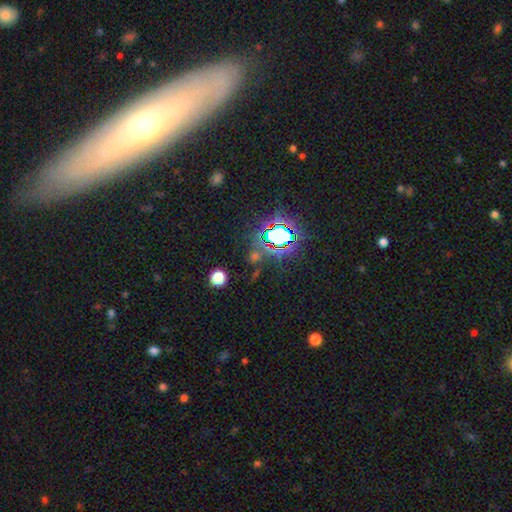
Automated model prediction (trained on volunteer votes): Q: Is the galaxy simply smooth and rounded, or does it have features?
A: star or artifact — 67%.